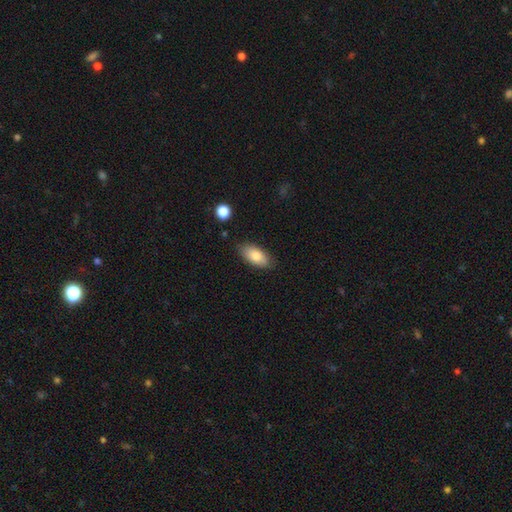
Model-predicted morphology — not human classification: This is clearly a smooth galaxy (82%). How rounded: clearly in between (92%). Merging: clearly none (82%).